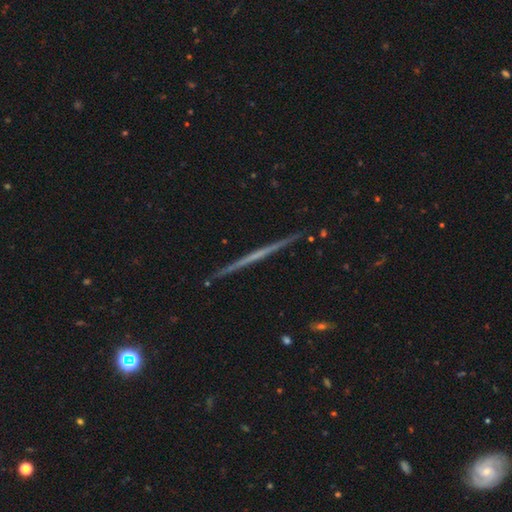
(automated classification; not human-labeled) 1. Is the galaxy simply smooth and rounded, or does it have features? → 71% featured or disk, 22% smooth, 7% star or artifact.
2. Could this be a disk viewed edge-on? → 98% yes, 2% no.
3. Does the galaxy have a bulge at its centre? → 86% none, 10% rounded, 5% boxy.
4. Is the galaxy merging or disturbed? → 92% none, 5% minor disturbance, 1% major disturbance, 1% merger.